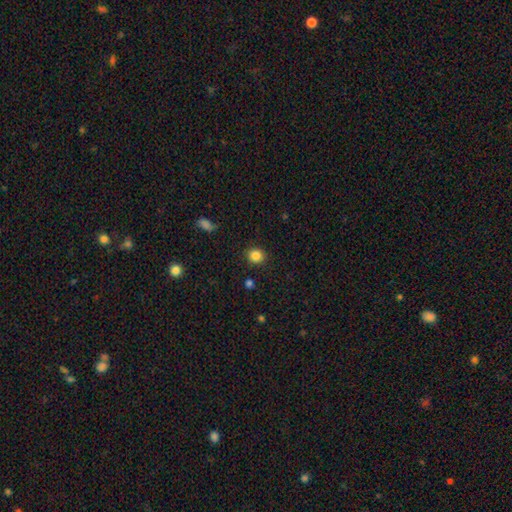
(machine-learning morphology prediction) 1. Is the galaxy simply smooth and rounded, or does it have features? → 85% smooth, 11% star or artifact, 4% featured or disk.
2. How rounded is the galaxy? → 86% round, 14% in between, 1% cigar-shaped.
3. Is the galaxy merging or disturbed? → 90% none, 6% minor disturbance, 2% major disturbance, 1% merger.